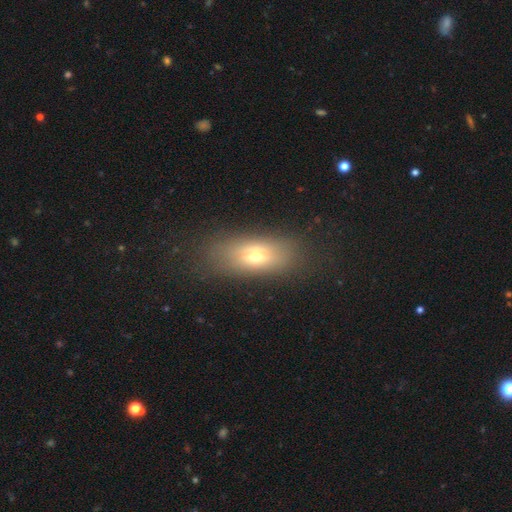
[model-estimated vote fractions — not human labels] smooth-or-featured: smooth: 65% | featured or disk: 23% | star or artifact: 12%
  how-rounded: in between: 72% | cigar-shaped: 21% | round: 7%
  merging: none: 80% | minor disturbance: 13% | major disturbance: 6% | merger: 1%